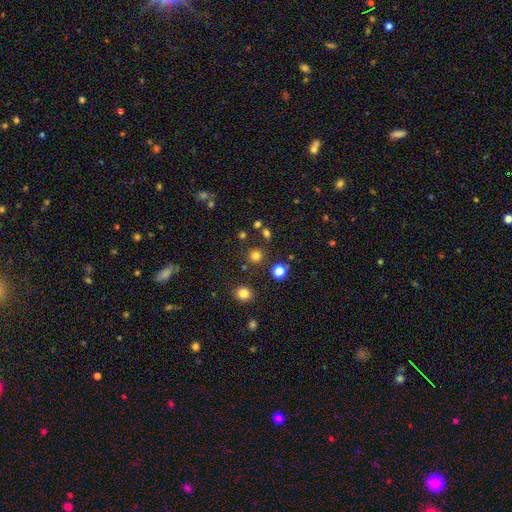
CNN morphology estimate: Smooth or featured: smooth — 77% (star or artifact — 18%)
How rounded: round — 92% (in between — 7%)
Merging: none — 84% (minor disturbance — 7%)